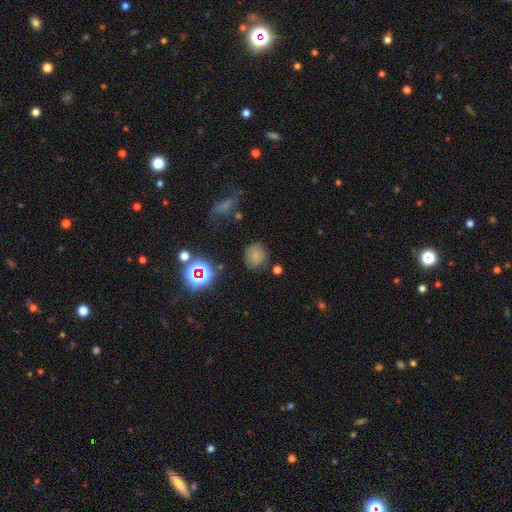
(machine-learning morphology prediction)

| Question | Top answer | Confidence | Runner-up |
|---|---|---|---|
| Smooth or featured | smooth | 74% | star or artifact (19%) |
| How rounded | round | 81% | in between (18%) |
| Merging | none | 81% | minor disturbance (12%) |